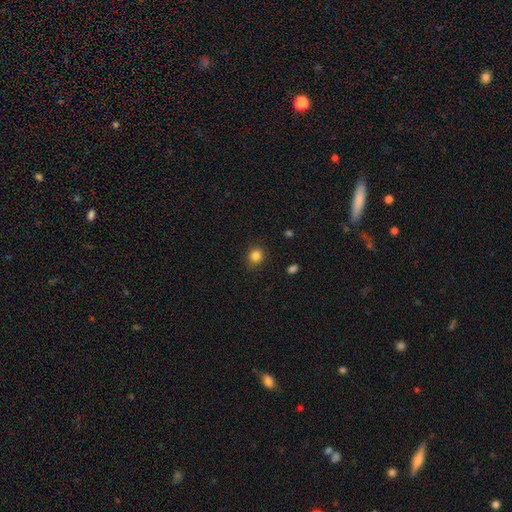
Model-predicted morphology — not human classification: type=smooth (84%); roundness=round (79%); merging=none (87%).